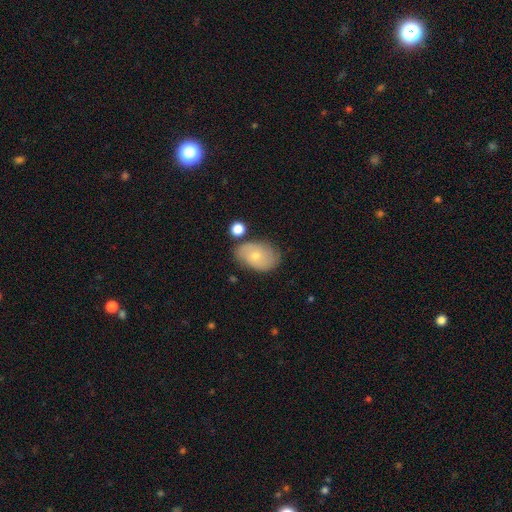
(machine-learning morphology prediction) A smooth galaxy with no disk features (62%) that is in between round and cigar-shaped (84%). Merging: none (67%).